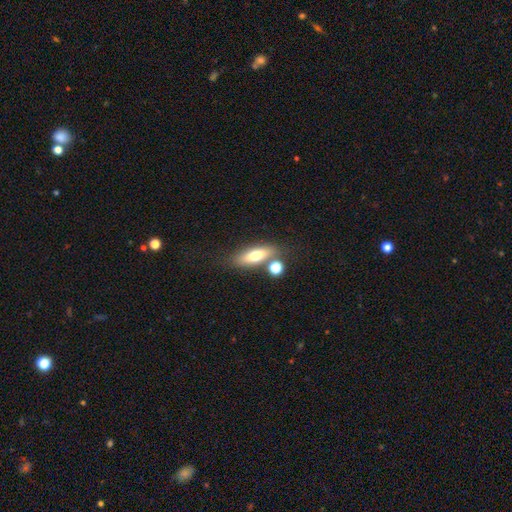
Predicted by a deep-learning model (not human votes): Q: Smooth or featured?
A: smooth (66%); runner-up: featured or disk (26%)
Q: How rounded?
A: in between (58%); runner-up: cigar-shaped (36%)
Q: Merging?
A: none (64%); runner-up: merger (18%)